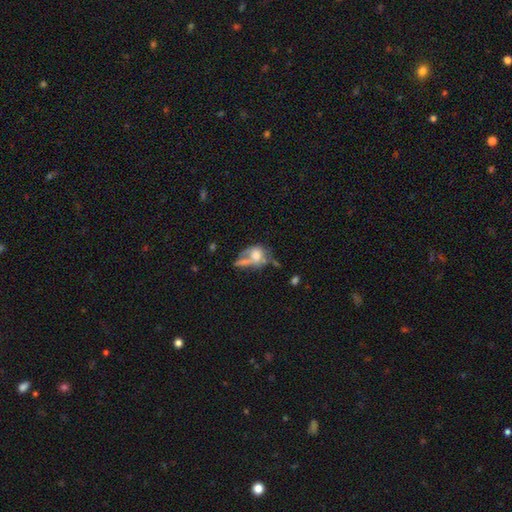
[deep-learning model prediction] A smooth galaxy with no disk features (49%). Merging: merger (31%).